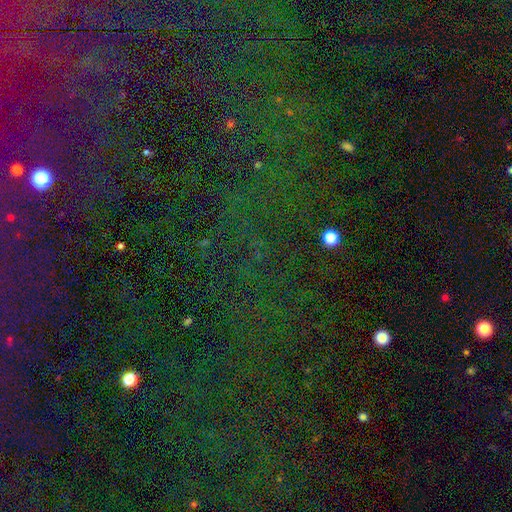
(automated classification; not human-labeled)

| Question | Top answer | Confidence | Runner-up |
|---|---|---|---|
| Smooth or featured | star or artifact | 82% | smooth (10%) |